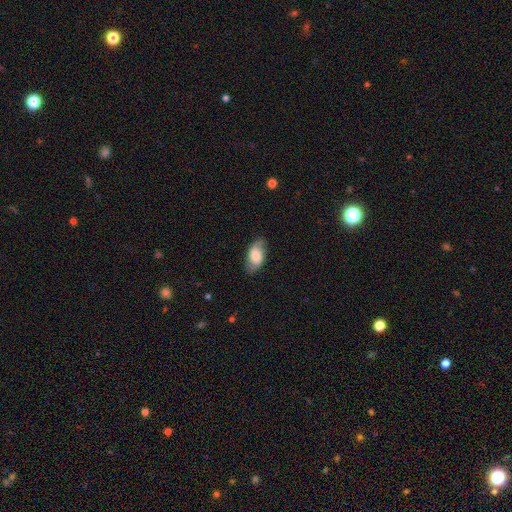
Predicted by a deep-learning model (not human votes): A smooth galaxy with no disk features (61%) that is in between round and cigar-shaped (92%). Merging: none (79%).